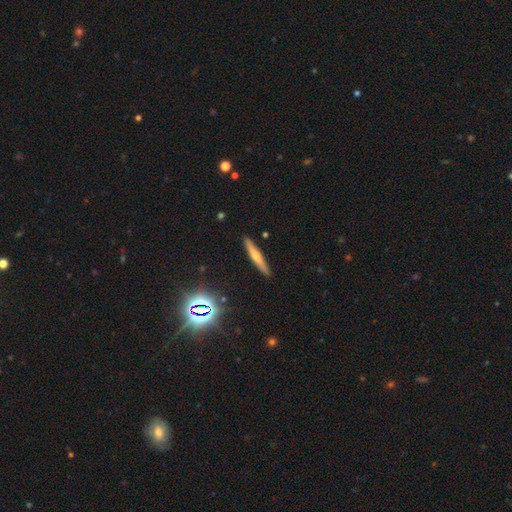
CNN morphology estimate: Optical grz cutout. It shows a smooth galaxy with no disk features (46%). Merging: none (90%).